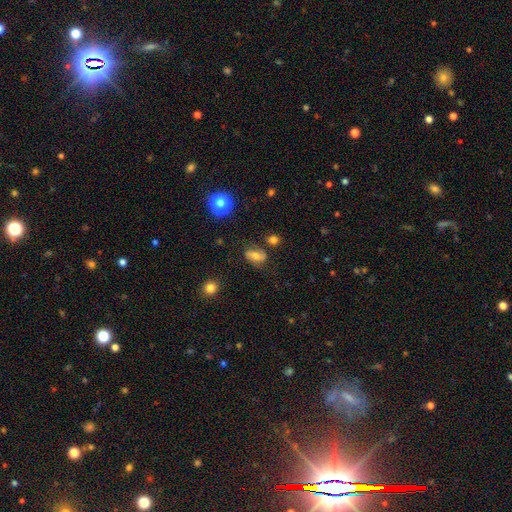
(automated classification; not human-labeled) A featured or disk galaxy (44%, tied with smooth).

Vote fractions:
- Smooth or featured? featured or disk: 44% (tied) / smooth: 44% (tied) / star or artifact: 12%
- Merging? none: 67% / minor disturbance: 19% / major disturbance: 9% / merger: 5%